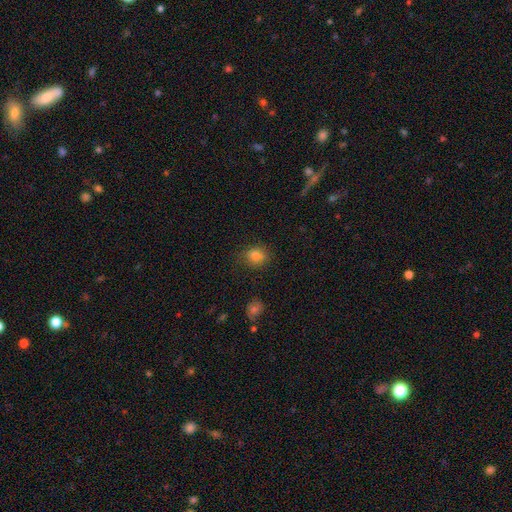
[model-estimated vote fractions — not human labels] This is clearly a smooth galaxy (82%). How rounded: possibly round (54%). Merging: likely none (76%).